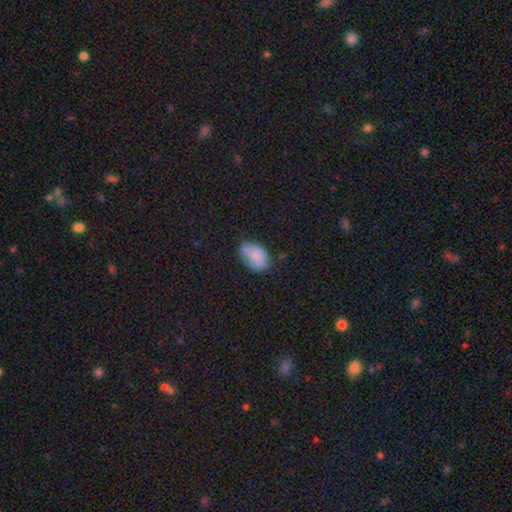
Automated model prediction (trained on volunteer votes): Smooth or featured?
  - smooth: 77% *
  - featured or disk: 14%
  - star or artifact: 9%
How rounded?
  - in between: 84% *
  - round: 14%
  - cigar-shaped: 1%
Merging?
  - none: 50% *
  - minor disturbance: 35%
  - major disturbance: 11%
  - merger: 4%